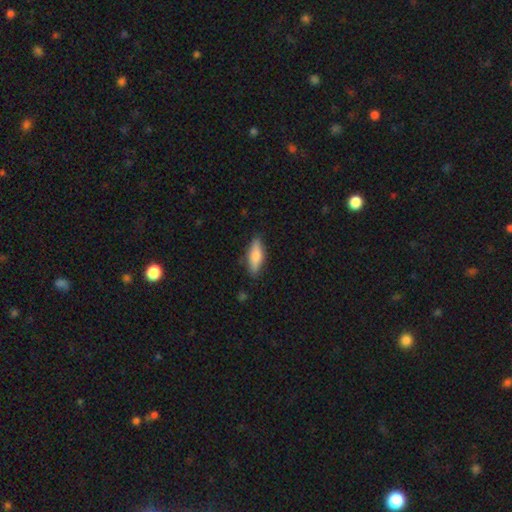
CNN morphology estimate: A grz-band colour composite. It shows a smooth galaxy with no disk features (70%) that is in between round and cigar-shaped (50%). Merging: none (84%).